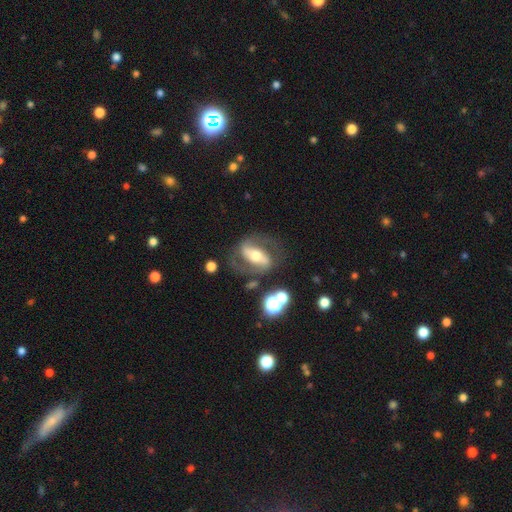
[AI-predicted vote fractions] This appears to be a featured or disk galaxy (77%) with a strong bar (62%), 2 (88%) medium (51%) spiral arms (84%) and a moderate central bulge (63%). Merging: none (70%).